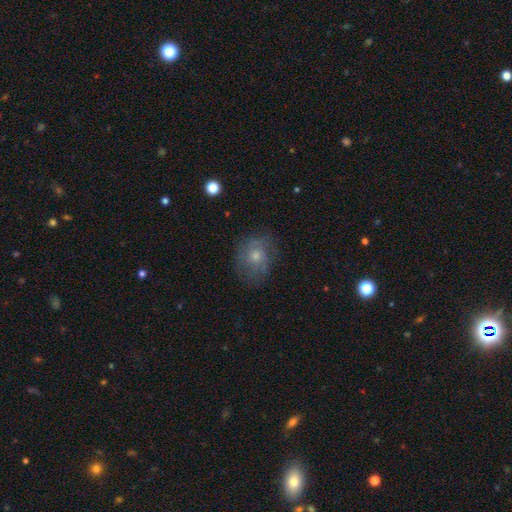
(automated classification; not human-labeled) This appears to be a smooth galaxy with no disk features (46%). Merging: none (71%).